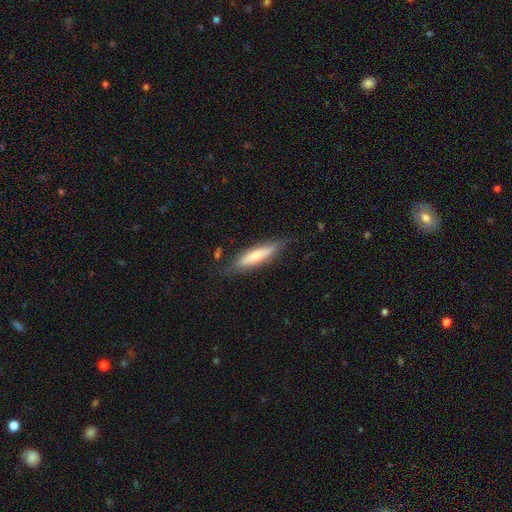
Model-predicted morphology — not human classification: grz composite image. It shows a smooth galaxy with no disk features (62%) that is cigar-shaped (73%). Merging: none (73%).